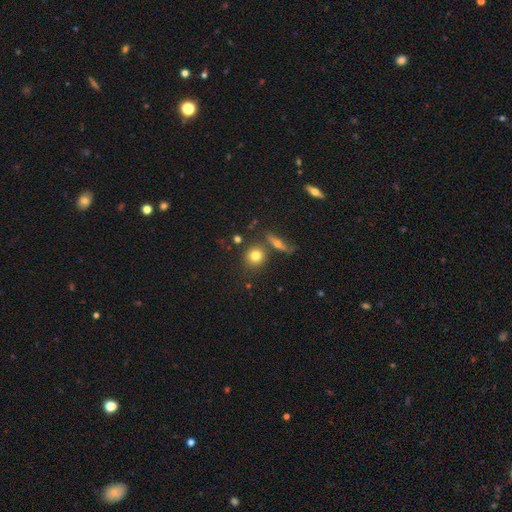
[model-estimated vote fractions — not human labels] Smooth or featured? Predicted: smooth (p=0.76). How rounded? Predicted: round (p=0.83). Merging? Predicted: none (p=0.71).